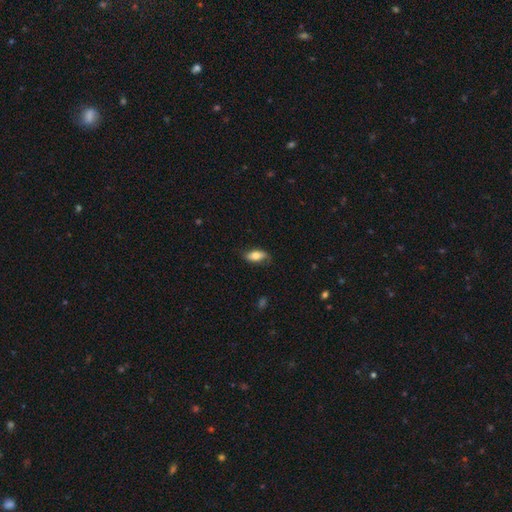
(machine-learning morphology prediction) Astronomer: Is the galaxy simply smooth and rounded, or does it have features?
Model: smooth — 72%.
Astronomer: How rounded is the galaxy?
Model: in between — 84%.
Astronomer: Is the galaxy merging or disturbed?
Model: none — 75%.